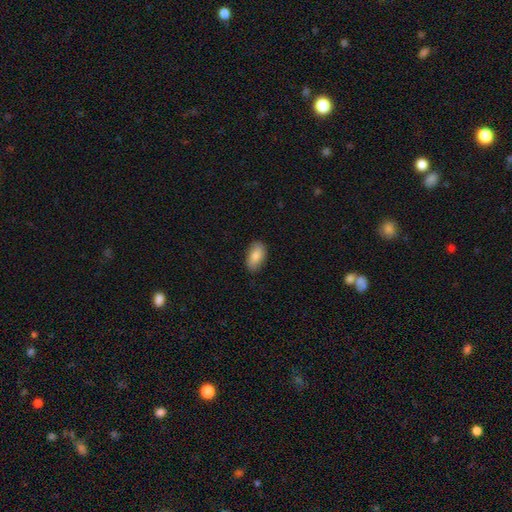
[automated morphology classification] smooth-or-featured: smooth: 84% | featured or disk: 9% | star or artifact: 6%
  how-rounded: in between: 93% | round: 4% | cigar-shaped: 3%
  merging: none: 85% | minor disturbance: 12% | major disturbance: 2% | merger: 1%